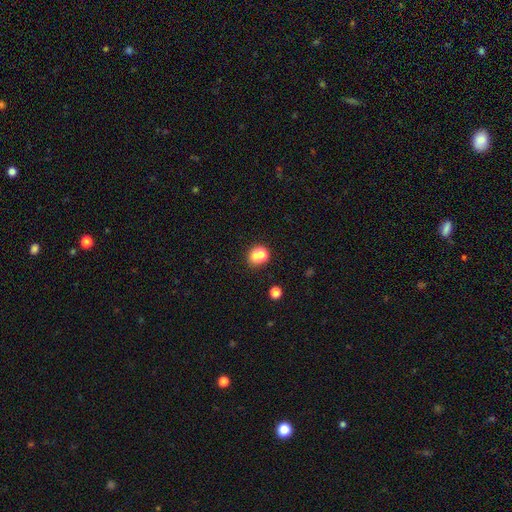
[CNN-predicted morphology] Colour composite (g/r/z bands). It shows a smooth galaxy with no disk features (73%) that is round (65%). Merging: none (48%).